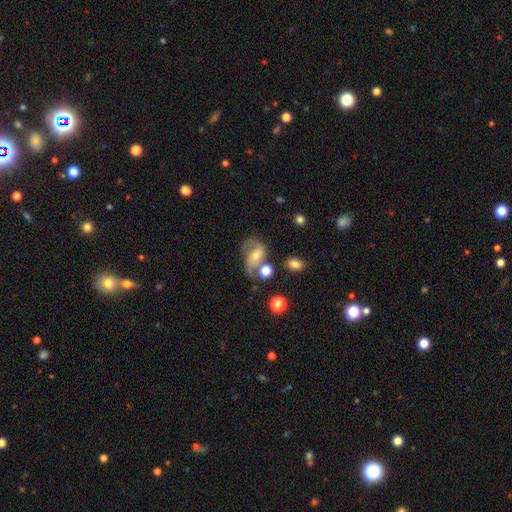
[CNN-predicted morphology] featured or disk 63%, smooth 25%, star or artifact 11%. Down the decision tree: edge-on disk — no (96%); bar — no (51%); spiral arms — yes (85%); spiral arm count — 2 (74%); spiral winding — medium (43%); bulge size — moderate (55%); merging — none (43%).